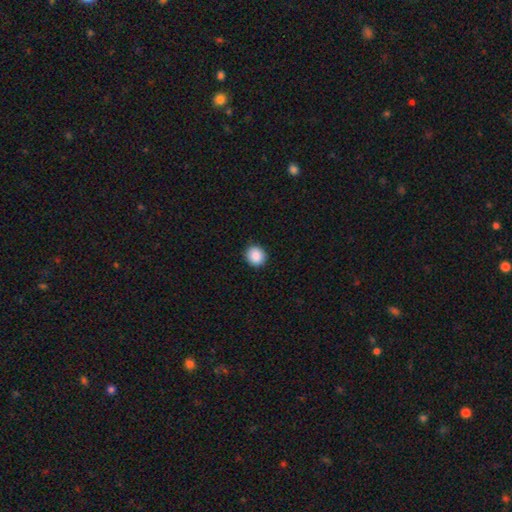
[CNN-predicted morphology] The model was most divided on "how rounded": round: 85%, in between: 14%, cigar-shaped: 1%. More confident: merging — none (91%); smooth or featured — smooth (89%).